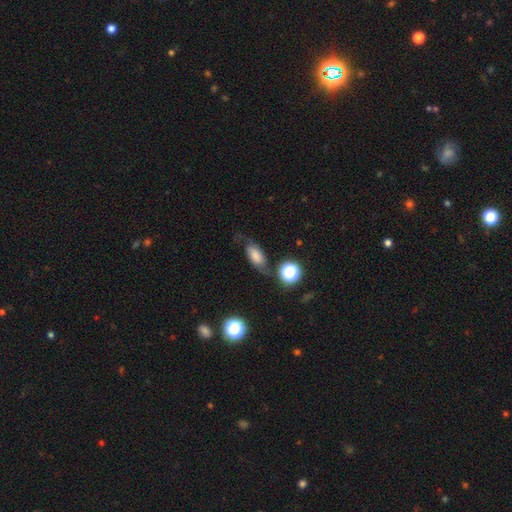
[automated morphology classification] smooth-or-featured: smooth: 44% | featured or disk: 43% | star or artifact: 13%
  merging: none: 59% | minor disturbance: 22% | major disturbance: 14% | merger: 5%